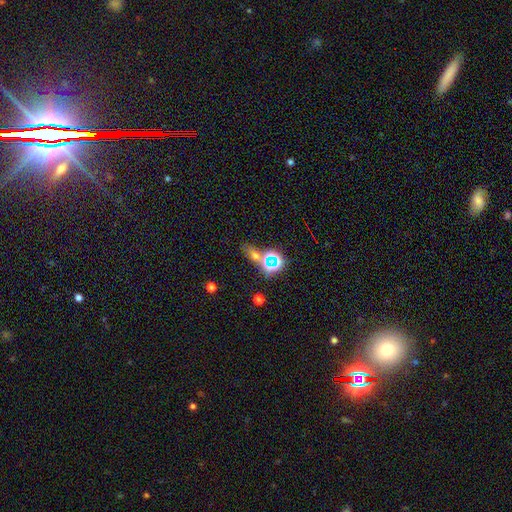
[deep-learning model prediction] Smooth or featured: star or artifact — 50% (smooth — 36%)